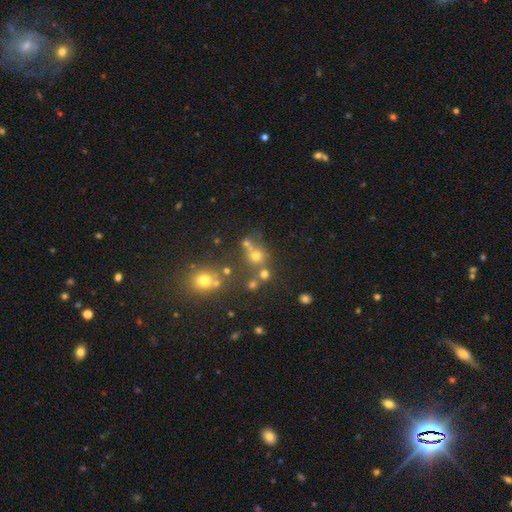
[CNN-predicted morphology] Smooth or featured? smooth (51%)
How rounded? round (80%)
Merging? none (53%)